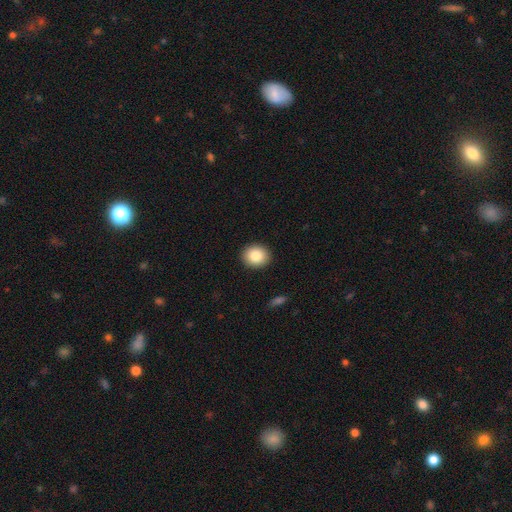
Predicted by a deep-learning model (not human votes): smooth-or-featured: smooth: 84% | star or artifact: 8% | featured or disk: 7%
  how-rounded: round: 68% | in between: 31% | cigar-shaped: 1%
  merging: none: 91% | minor disturbance: 6% | major disturbance: 2% | merger: 1%